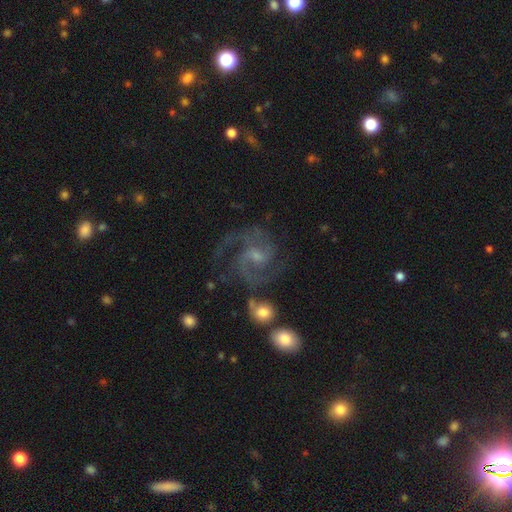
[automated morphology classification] A featured or disk galaxy (89%) with a weak bar (54%), 2 (57%) medium (60%) spiral arms (97%) and a small central bulge (54%). Merging: none (65%).